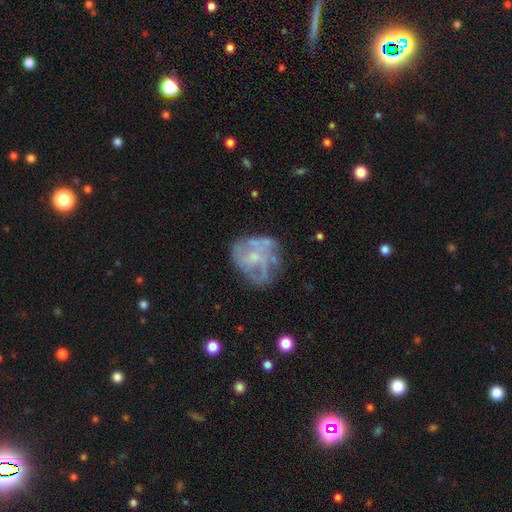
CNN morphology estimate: Smooth or featured: featured or disk — 71% (smooth — 20%)
Edge-on disk: no — 98% (yes — 2%)
Bar: no — 77% (weak — 20%)
Spiral arms: yes — 58% (no — 42%)
Bulge size: small — 51% (moderate — 25%)
Merging: none — 52% (minor disturbance — 22%)